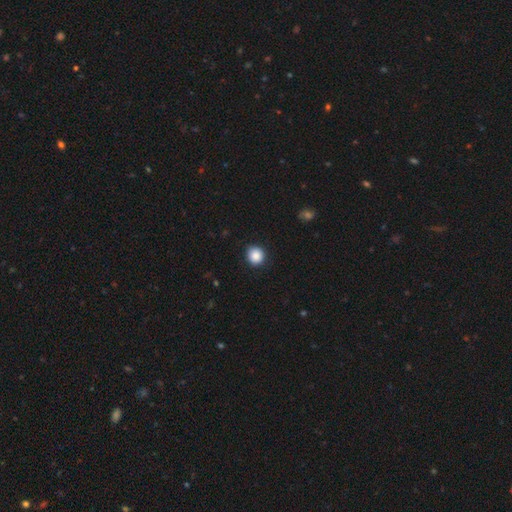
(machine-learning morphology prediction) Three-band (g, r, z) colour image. It shows a smooth galaxy with no disk features (88%) that is round (90%). Merging: none (90%).